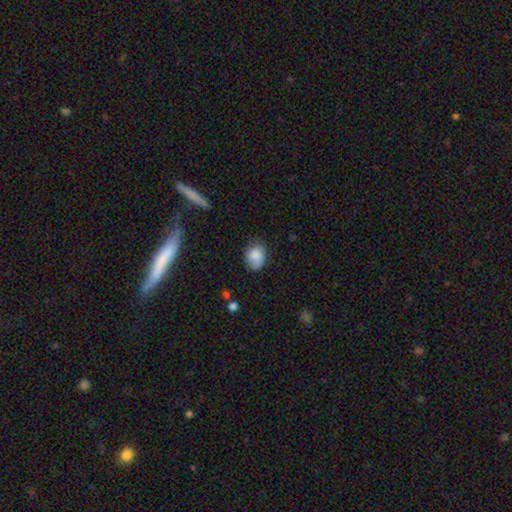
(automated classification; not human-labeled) Smooth or featured: smooth — 81% (featured or disk — 11%)
How rounded: in between — 62% (round — 37%)
Merging: none — 63% (minor disturbance — 28%)